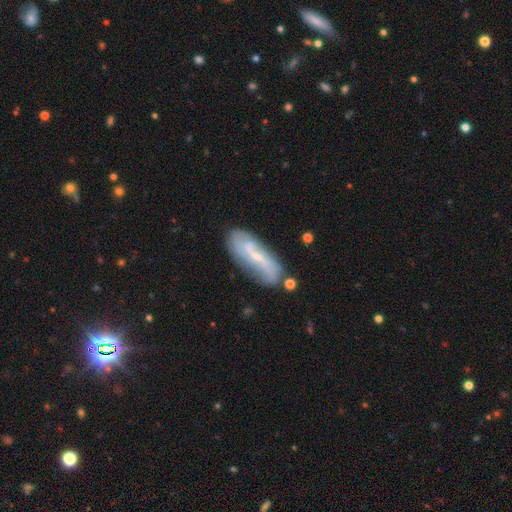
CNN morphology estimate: Smooth or featured? Predicted: featured or disk (p=0.64). Edge-on disk? Predicted: no (p=0.83). Bar? Predicted: weak (p=0.41). Spiral arms? Predicted: yes (p=0.73). Bulge size? Predicted: small (p=0.69). Merging? Predicted: none (p=0.67).